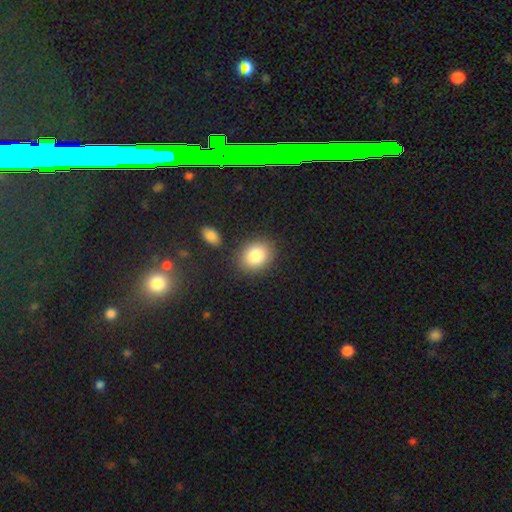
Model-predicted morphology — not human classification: type=smooth (84%); roundness=in between (52%); merging=none (82%).